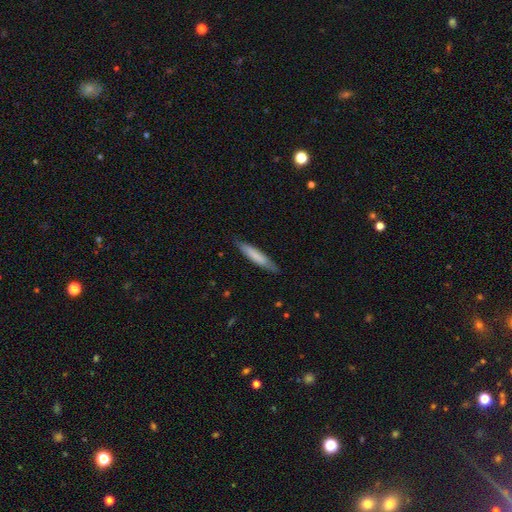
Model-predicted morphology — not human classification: This appears to be a smooth galaxy with no disk features (73%) that is cigar-shaped (88%). Merging: none (84%).